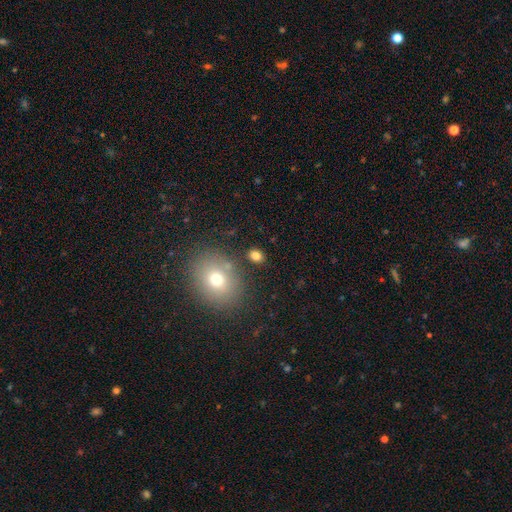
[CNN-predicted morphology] smooth_or_featured: smooth (p=0.80) [alt: star or artifact p=0.13]
how_rounded: in between (p=0.55) [alt: round p=0.44]
merging: none (p=0.81) [alt: minor disturbance p=0.10]